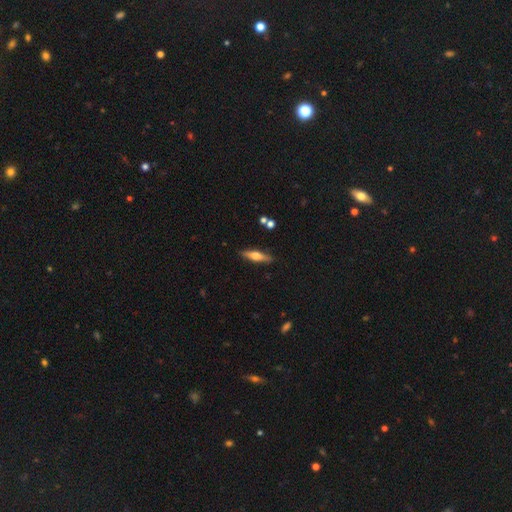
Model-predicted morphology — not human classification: Q: Smooth or featured?
A: featured or disk (55%); runner-up: smooth (38%)
Q: Edge-on disk?
A: yes (94%); runner-up: no (6%)
Q: Edge-on bulge?
A: rounded (89%); runner-up: boxy (8%)
Q: Merging?
A: none (87%); runner-up: minor disturbance (9%)